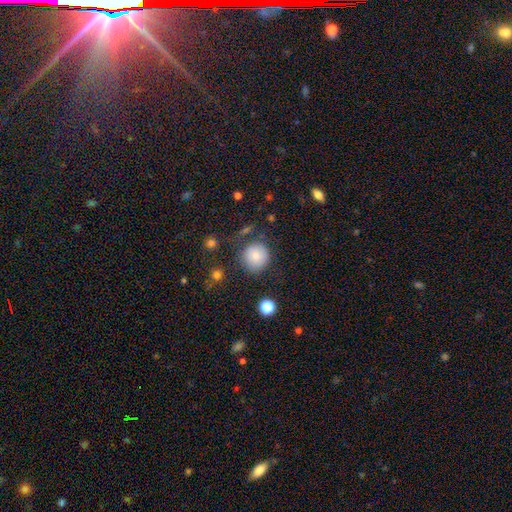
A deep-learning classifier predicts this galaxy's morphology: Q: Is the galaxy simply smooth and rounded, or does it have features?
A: smooth — 82%.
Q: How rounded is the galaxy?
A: round — 92%.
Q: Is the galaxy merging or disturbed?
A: none — 80%.